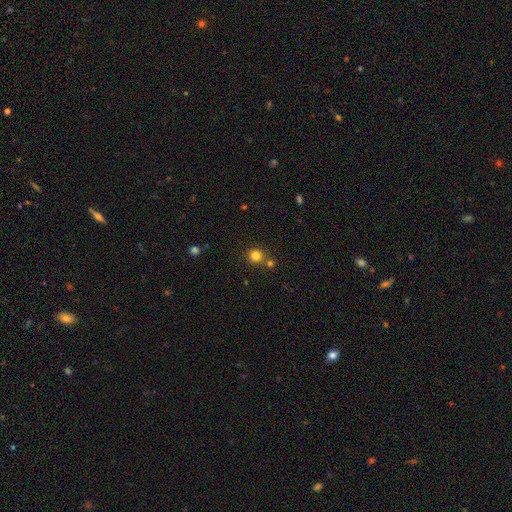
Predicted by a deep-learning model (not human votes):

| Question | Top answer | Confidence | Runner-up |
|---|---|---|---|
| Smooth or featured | smooth | 80% | star or artifact (14%) |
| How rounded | round | 88% | in between (11%) |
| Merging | none | 76% | merger (14%) |